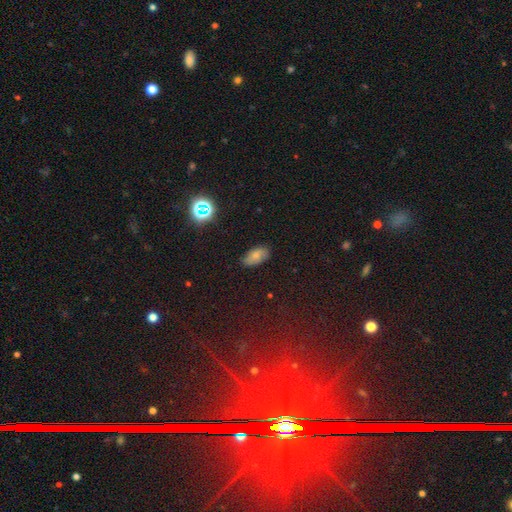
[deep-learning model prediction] Q: Smooth or featured?
A: smooth (66%); runner-up: featured or disk (20%)
Q: How rounded?
A: in between (92%); runner-up: round (4%)
Q: Merging?
A: none (74%); runner-up: minor disturbance (21%)